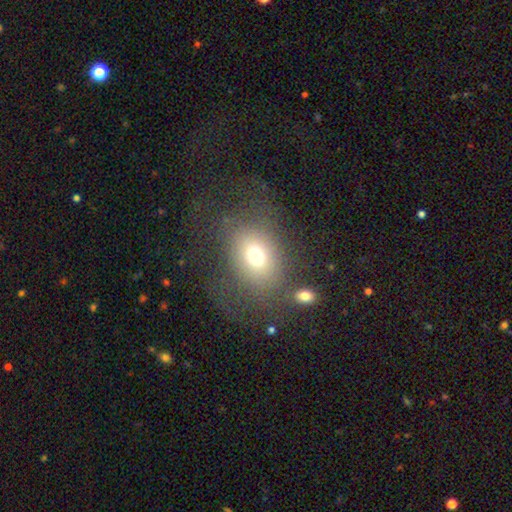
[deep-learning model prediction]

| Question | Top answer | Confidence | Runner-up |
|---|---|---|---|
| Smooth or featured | smooth | 69% | featured or disk (17%) |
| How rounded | in between | 58% | round (41%) |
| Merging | none | 62% | major disturbance (17%) |